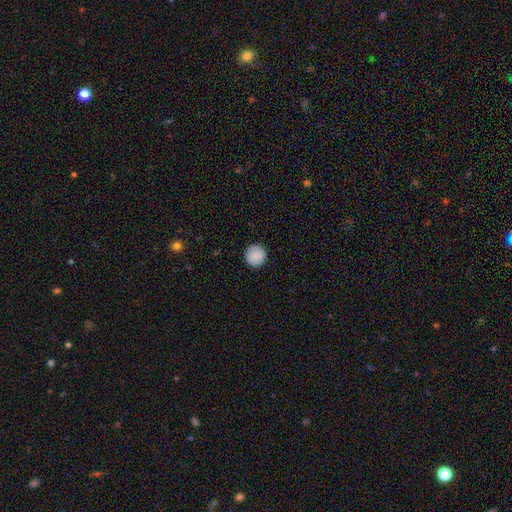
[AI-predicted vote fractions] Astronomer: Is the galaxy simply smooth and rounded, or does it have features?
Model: smooth — 89%.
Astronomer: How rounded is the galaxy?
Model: round — 95%.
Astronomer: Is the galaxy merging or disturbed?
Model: none — 92%.